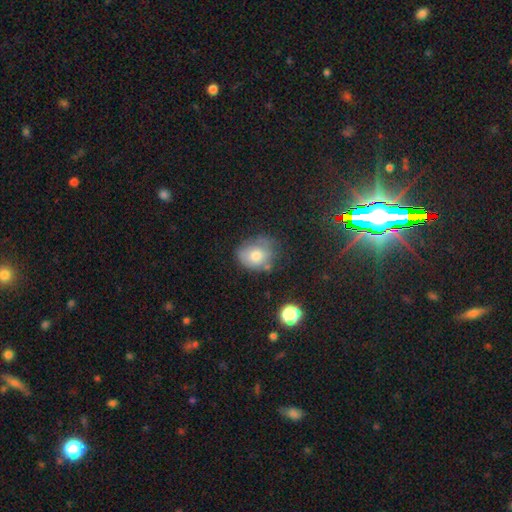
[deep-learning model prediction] Smooth or featured: smooth — 67% (featured or disk — 22%)
How rounded: round — 60% (in between — 39%)
Merging: none — 54% (minor disturbance — 30%)